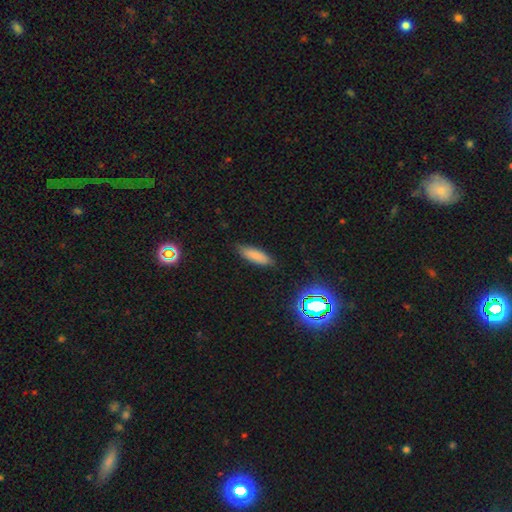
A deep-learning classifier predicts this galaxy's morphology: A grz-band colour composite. It shows a smooth galaxy with no disk features (82%) that is in between round and cigar-shaped (51%). Merging: none (83%).